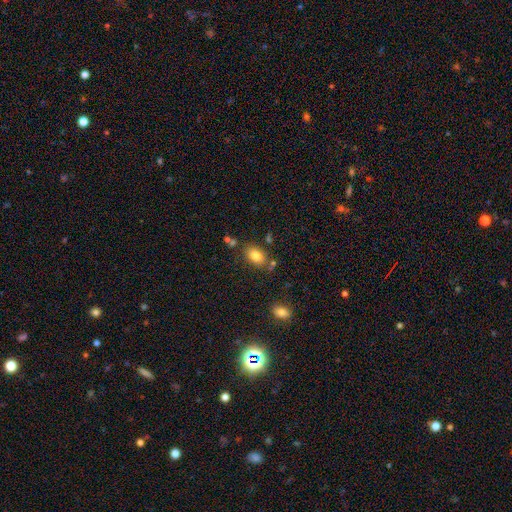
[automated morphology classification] smooth 81%, featured or disk 10%, star or artifact 9%. Down the decision tree: how rounded — in between (83%); merging — none (75%).